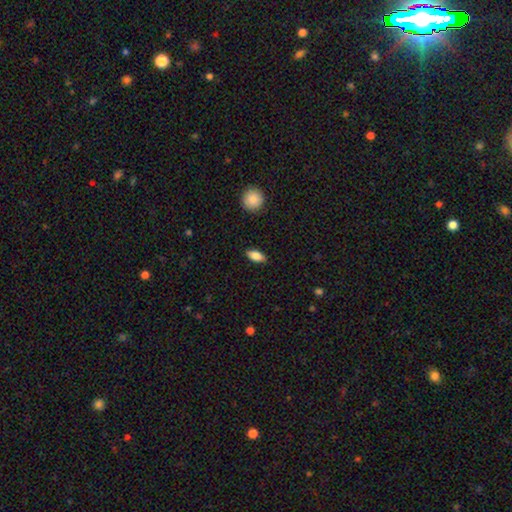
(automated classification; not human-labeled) smooth 82%, featured or disk 11%, star or artifact 7%. Down the decision tree: how rounded — in between (87%); merging — none (87%).